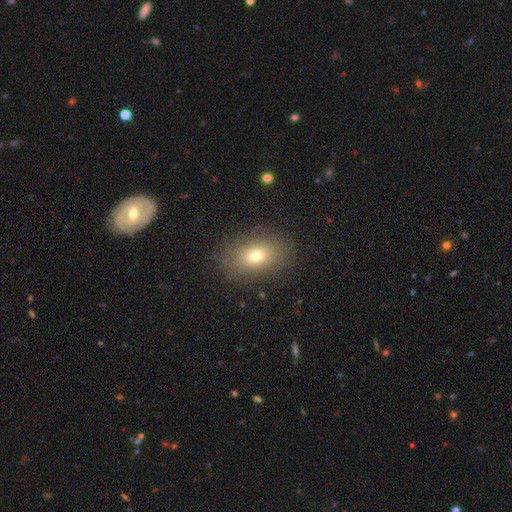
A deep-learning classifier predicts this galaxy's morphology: The model was most divided on "smooth or featured": smooth: 70%, featured or disk: 16%, star or artifact: 13%. More confident: merging — none (84%); how rounded — in between (78%).